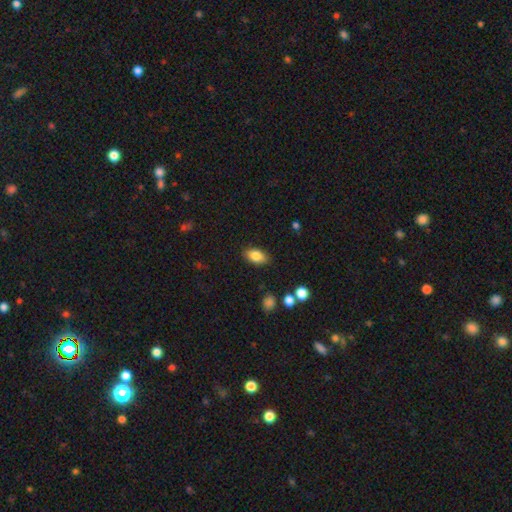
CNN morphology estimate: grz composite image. It shows a smooth galaxy with no disk features (84%) that is in between round and cigar-shaped (91%). Merging: none (86%).